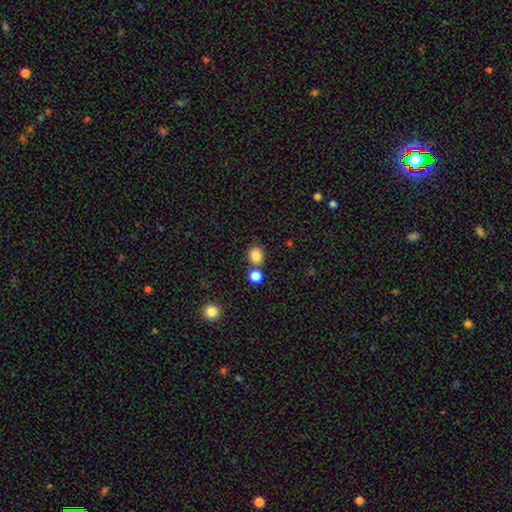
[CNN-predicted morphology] The model was most divided on "how rounded": round: 75%, in between: 24%, cigar-shaped: 1%. More confident: smooth or featured — smooth (84%); merging — none (73%).